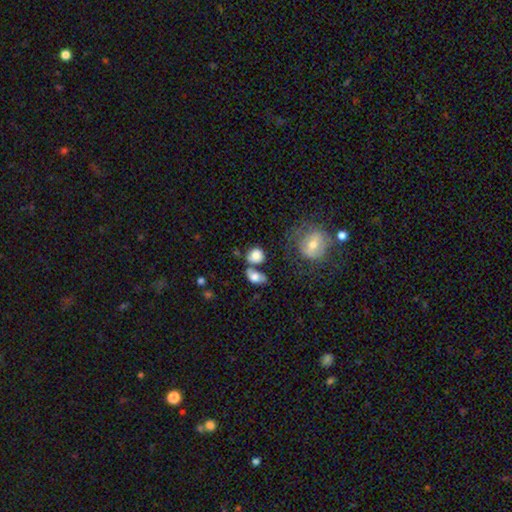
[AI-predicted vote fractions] A smooth galaxy with no disk features (81%) that is round (68%). Merging: none (48%).